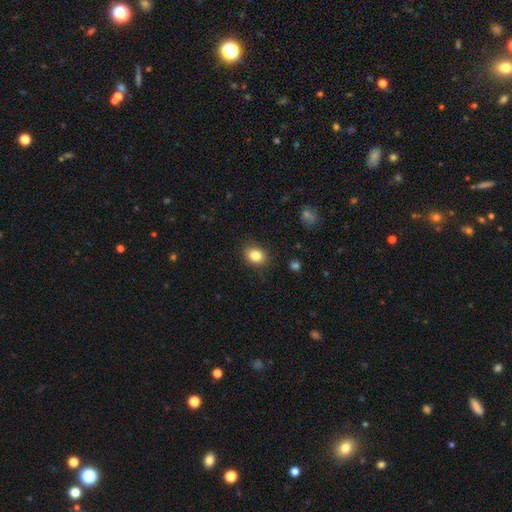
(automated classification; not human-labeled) smooth-or-featured: smooth: 84% | star or artifact: 10% | featured or disk: 6%
  how-rounded: in between: 54% | round: 46% | cigar-shaped: 1%
  merging: none: 86% | minor disturbance: 10% | major disturbance: 2% | merger: 1%